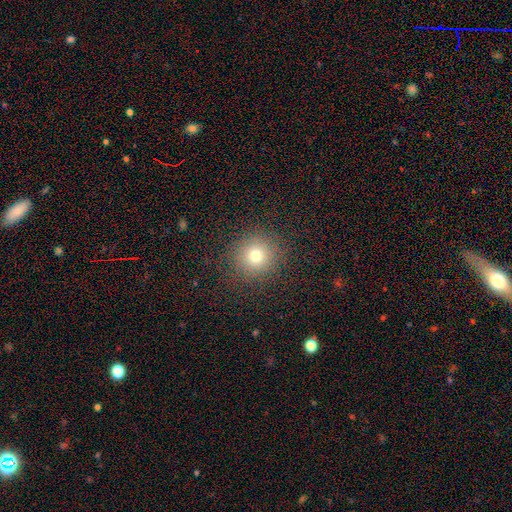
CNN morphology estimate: smooth_or_featured: smooth (p=0.73) [alt: star or artifact p=0.17]
how_rounded: round (p=0.92) [alt: in between p=0.07]
merging: none (p=0.87) [alt: minor disturbance p=0.08]